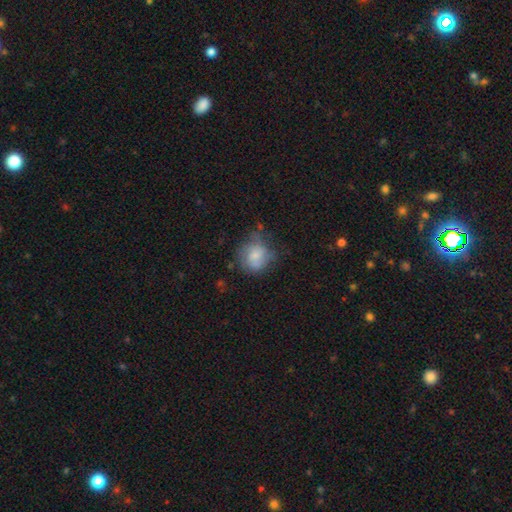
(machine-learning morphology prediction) type=smooth (61%); roundness=round (77%); merging=none (46%).